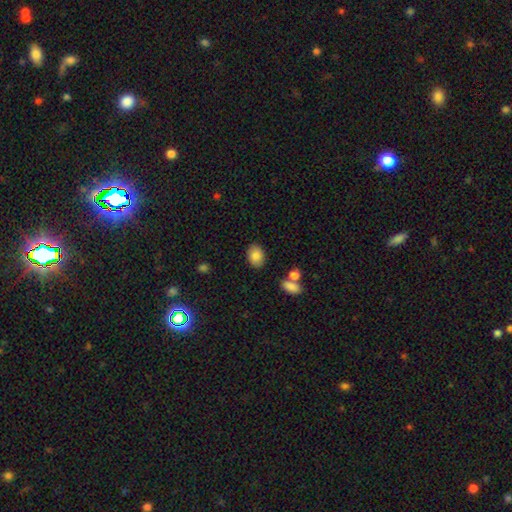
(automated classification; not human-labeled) Q: Smooth or featured?
A: smooth (84%); runner-up: star or artifact (8%)
Q: How rounded?
A: in between (80%); runner-up: round (19%)
Q: Merging?
A: none (85%); runner-up: minor disturbance (10%)